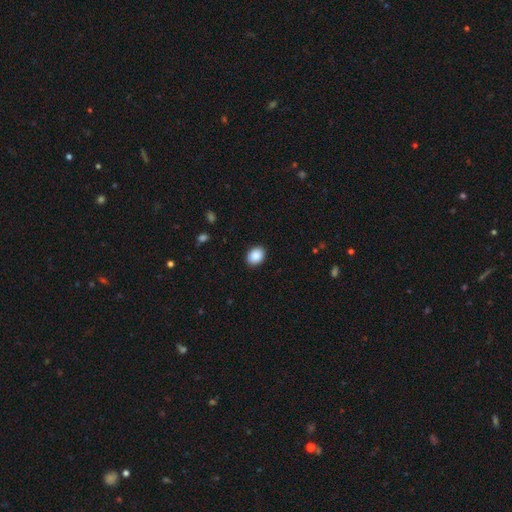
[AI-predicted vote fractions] Smooth or featured?
  - smooth: 89% *
  - star or artifact: 7%
  - featured or disk: 4%
How rounded?
  - in between: 59% *
  - round: 40%
  - cigar-shaped: 1%
Merging?
  - none: 91% *
  - minor disturbance: 7%
  - major disturbance: 2%
  - merger: 1%